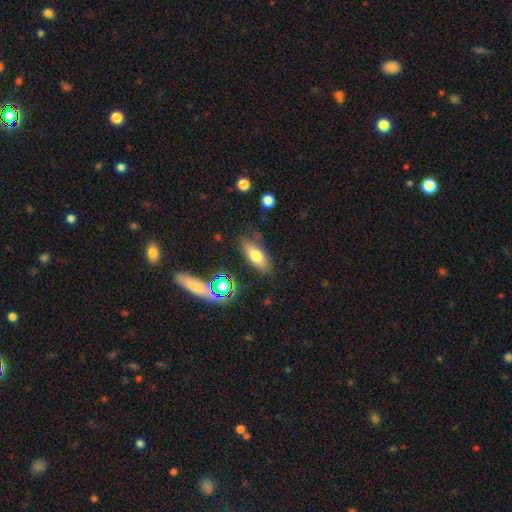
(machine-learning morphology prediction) Q: Smooth or featured?
A: smooth (71%); runner-up: featured or disk (18%)
Q: How rounded?
A: in between (73%); runner-up: cigar-shaped (23%)
Q: Merging?
A: none (77%); runner-up: minor disturbance (15%)